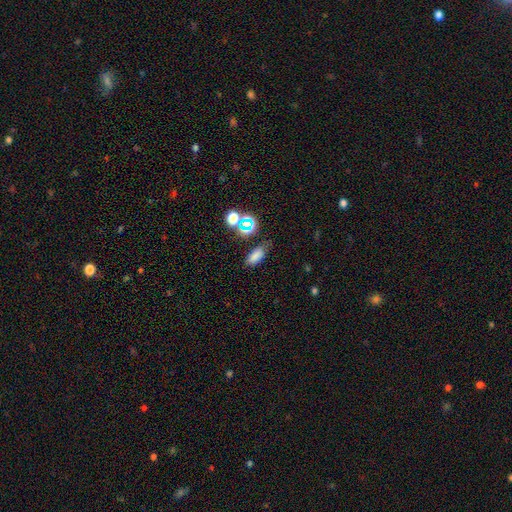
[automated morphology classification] smooth_or_featured: smooth (p=0.73) [alt: star or artifact p=0.18]
how_rounded: in between (p=0.83) [alt: round p=0.10]
merging: none (p=0.66) [alt: minor disturbance p=0.19]